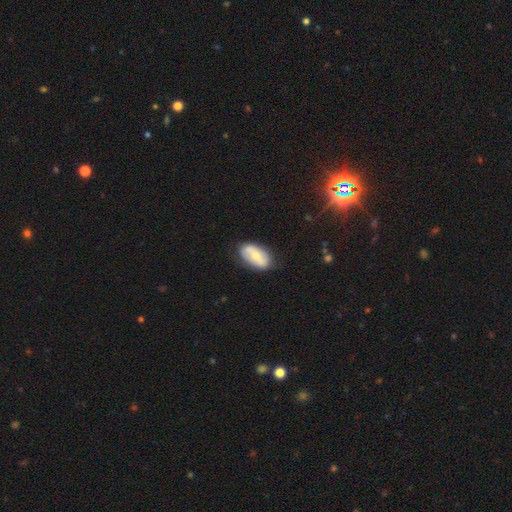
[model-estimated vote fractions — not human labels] This appears to be a smooth galaxy with no disk features (56%) that is in between round and cigar-shaped (93%). Merging: none (77%).